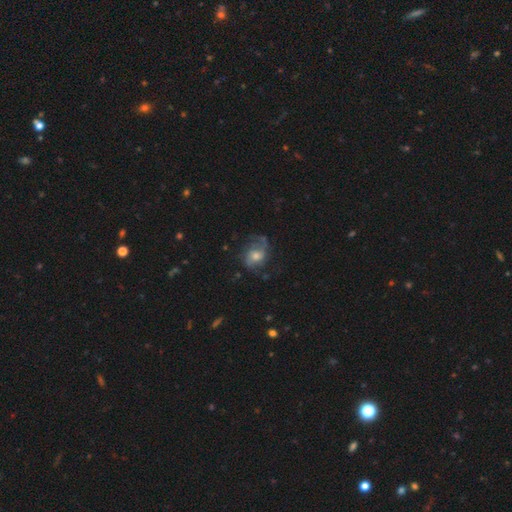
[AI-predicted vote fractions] Smooth or featured?
  - featured or disk: 66% *
  - smooth: 23%
  - star or artifact: 11%
Edge-on disk?
  - no: 97% *
  - yes: 3%
Bar?
  - no: 62% *
  - weak: 32%
  - strong: 6%
Spiral arms?
  - yes: 88% *
  - no: 12%
Spiral winding?
  - medium: 43% *
  - loose: 38%
  - tight: 18%
Spiral arm count?
  - 2: 62% *
  - can't tell: 15%
  - 1: 14%
  - 3: 5%
  - 4: 2%
  - more than 4: 2%
Bulge size?
  - moderate: 58% *
  - small: 25%
  - large: 11%
  - none: 4%
  - dominant: 2%
Merging?
  - none: 59% *
  - minor disturbance: 22%
  - major disturbance: 17%
  - merger: 2%